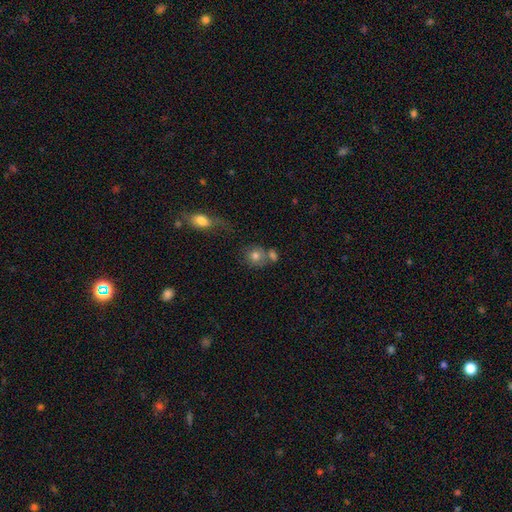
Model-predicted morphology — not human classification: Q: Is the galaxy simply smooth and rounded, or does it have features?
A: smooth — 76%.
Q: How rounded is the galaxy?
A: round — 80%.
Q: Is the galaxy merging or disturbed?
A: none — 51%.